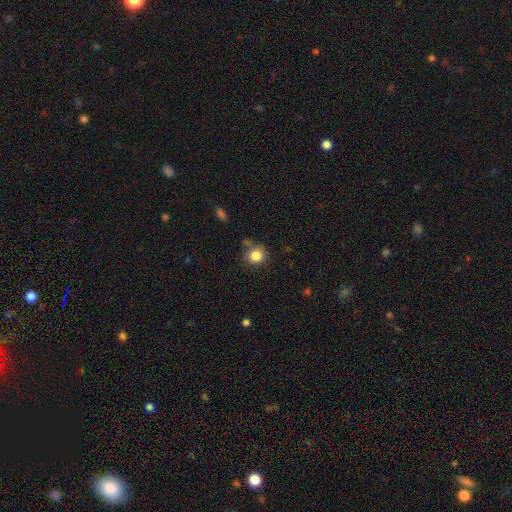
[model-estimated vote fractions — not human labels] Smooth or featured: smooth — 84% (star or artifact — 10%)
How rounded: round — 86% (in between — 13%)
Merging: none — 75% (minor disturbance — 14%)